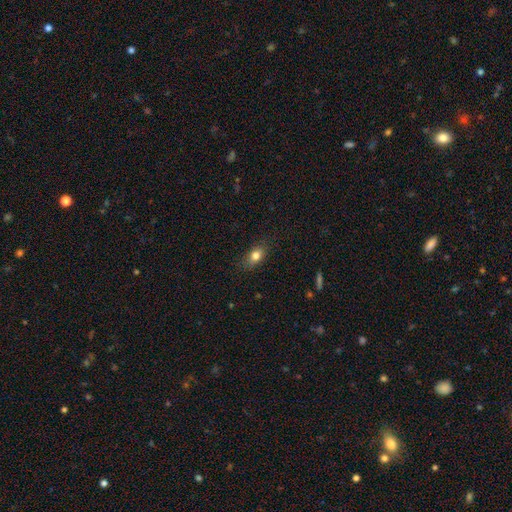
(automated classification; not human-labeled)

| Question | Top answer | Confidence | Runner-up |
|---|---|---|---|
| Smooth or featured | smooth | 80% | featured or disk (11%) |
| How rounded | in between | 75% | round (18%) |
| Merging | none | 80% | minor disturbance (15%) |